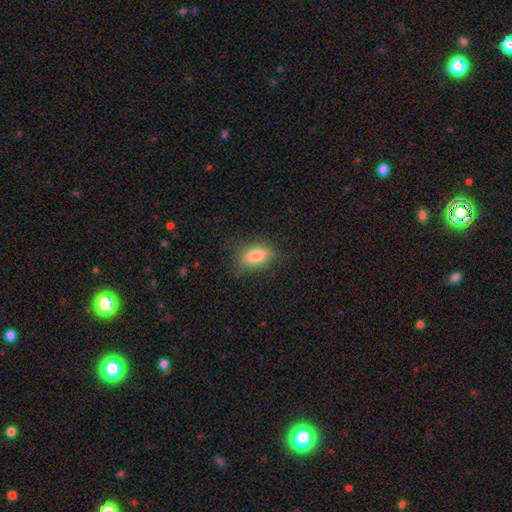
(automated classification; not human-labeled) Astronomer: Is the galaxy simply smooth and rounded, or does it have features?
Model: smooth — 82%.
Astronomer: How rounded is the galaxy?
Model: in between — 86%.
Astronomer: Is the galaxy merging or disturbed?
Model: none — 73%.